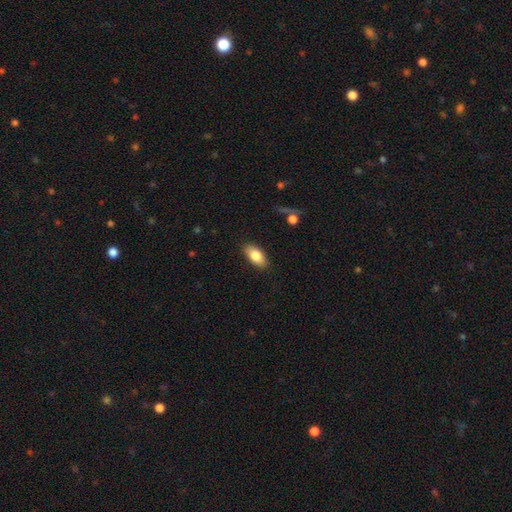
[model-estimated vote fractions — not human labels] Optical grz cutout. It shows a smooth galaxy with no disk features (83%) that is in between round and cigar-shaped (91%). Merging: none (87%).